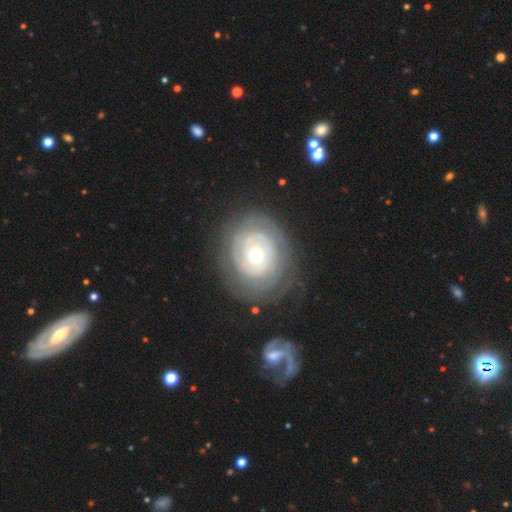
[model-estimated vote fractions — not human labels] This appears to be a featured or disk galaxy (78%) with no bar (81%), tight (79%) spiral arms (84%) and a moderate central bulge (63%). Merging: none (73%).